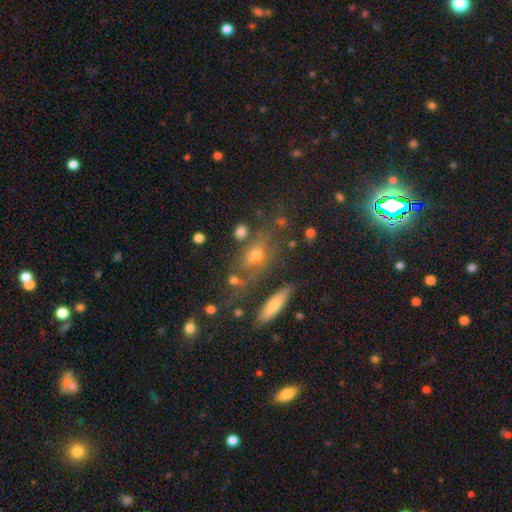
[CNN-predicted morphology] smooth_or_featured: smooth (p=0.56) [alt: featured or disk p=0.25]
how_rounded: in between (p=0.63) [alt: round p=0.24]
merging: none (p=0.59) [alt: minor disturbance p=0.17]